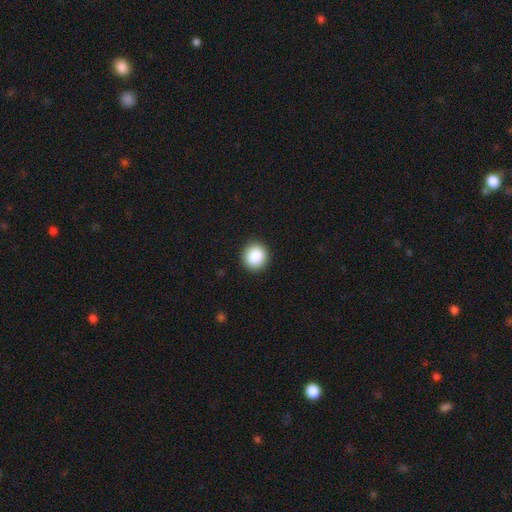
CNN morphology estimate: This is clearly a smooth galaxy (86%). How rounded: clearly round (93%). Merging: clearly none (92%).